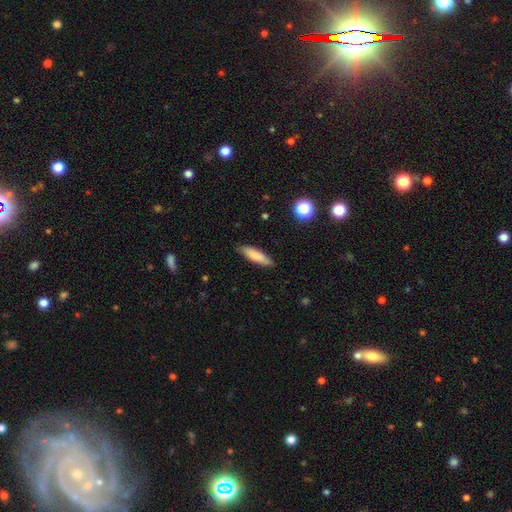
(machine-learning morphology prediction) Overall: smooth (81%). How rounded: cigar-shaped (68%; in between 30%). Merging: none (85%).